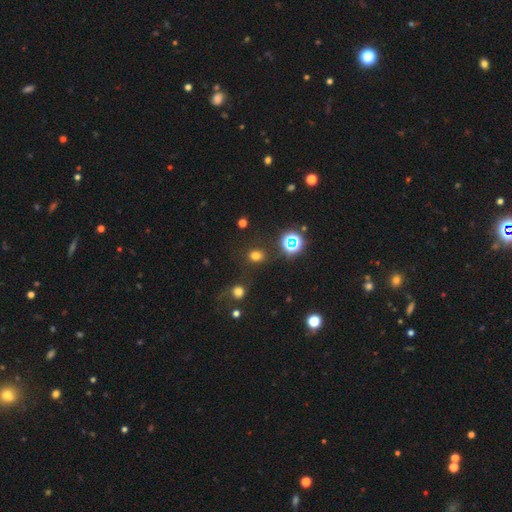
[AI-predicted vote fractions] The model was most divided on "how rounded": round: 64%, in between: 34%, cigar-shaped: 1%. More confident: merging — none (80%); smooth or featured — smooth (69%).